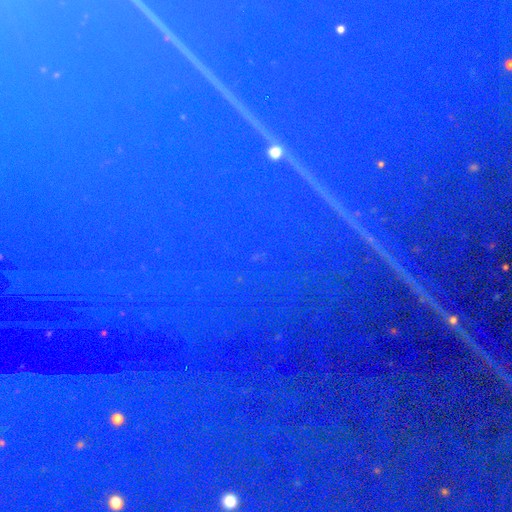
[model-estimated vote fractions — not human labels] Q: Smooth or featured?
A: star or artifact (85%); runner-up: featured or disk (8%)